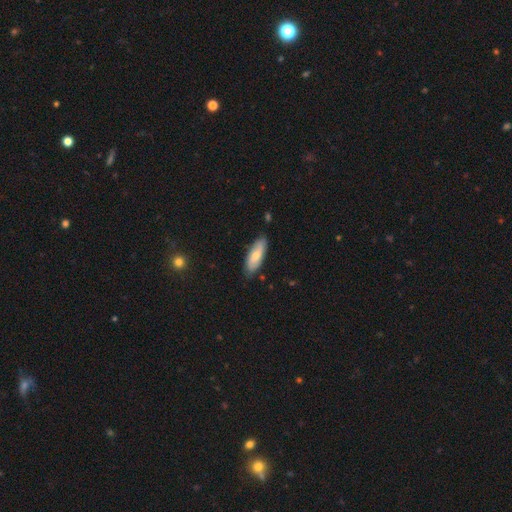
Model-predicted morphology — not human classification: Smooth or featured?
  - smooth: 64% *
  - featured or disk: 30%
  - star or artifact: 6%
How rounded?
  - in between: 72% *
  - cigar-shaped: 26%
  - round: 2%
Merging?
  - none: 81% *
  - minor disturbance: 15%
  - major disturbance: 2%
  - merger: 1%